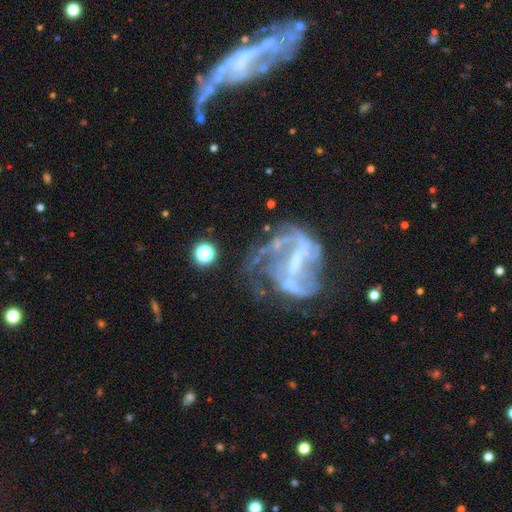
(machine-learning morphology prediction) This appears to be a featured or disk galaxy (81%) with a strong bar (48%), 2 (52%) loose (49%) spiral arms (75%) and no central bulge (44%). Merging: major disturbance (37%).